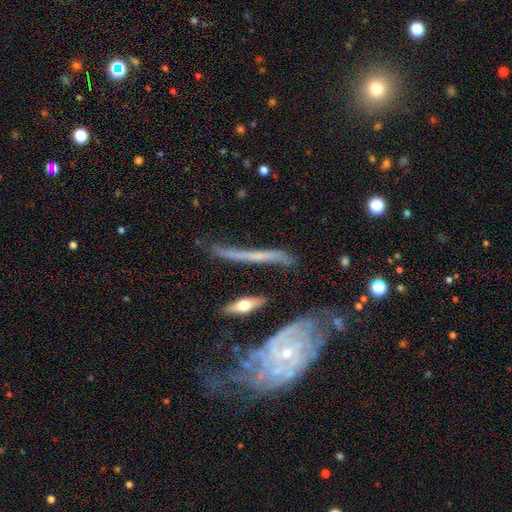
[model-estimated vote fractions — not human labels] A featured or disk galaxy (70%) viewed edge-on (67%).

Vote fractions:
- Smooth or featured? featured or disk: 70% / smooth: 20% / star or artifact: 9%
- Edge-on disk? yes: 67% / no: 33%
- Merging? none: 62% / minor disturbance: 21% / major disturbance: 10% / merger: 7%